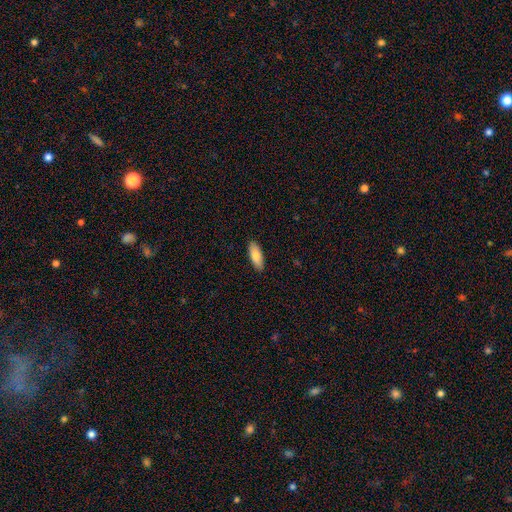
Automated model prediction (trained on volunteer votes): Q: Smooth or featured?
A: smooth (82%); runner-up: featured or disk (12%)
Q: How rounded?
A: in between (71%); runner-up: cigar-shaped (27%)
Q: Merging?
A: none (89%); runner-up: minor disturbance (8%)